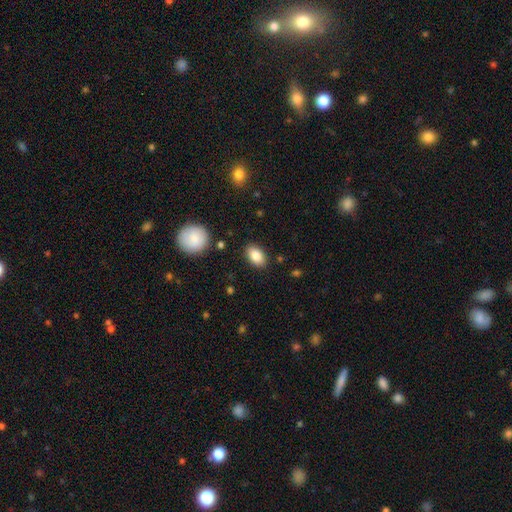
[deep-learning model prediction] Q: Smooth or featured?
A: smooth (86%); runner-up: star or artifact (8%)
Q: How rounded?
A: in between (89%); runner-up: round (10%)
Q: Merging?
A: none (86%); runner-up: minor disturbance (9%)